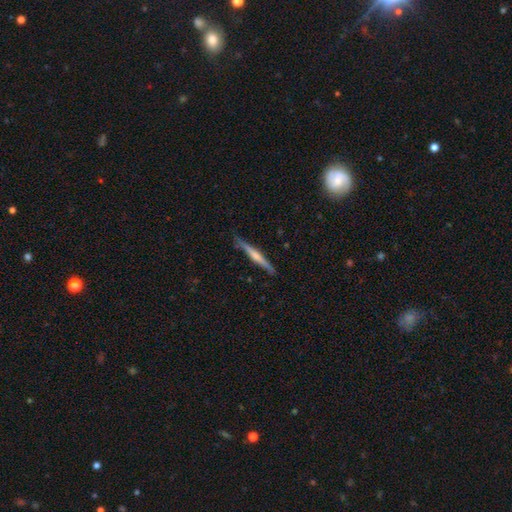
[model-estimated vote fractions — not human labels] This is possibly a featured or disk galaxy (57%). It is clearly viewed edge-on (97%). Edge-on bulge: possibly rounded (56%). Merging: clearly none (85%).